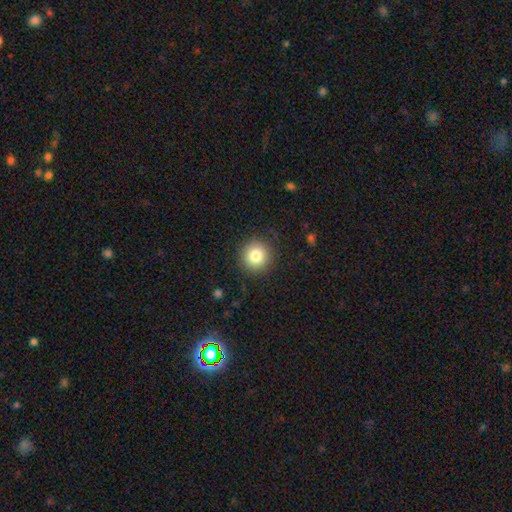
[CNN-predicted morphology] This is clearly a smooth galaxy (82%). How rounded: clearly round (95%). Merging: clearly none (91%).